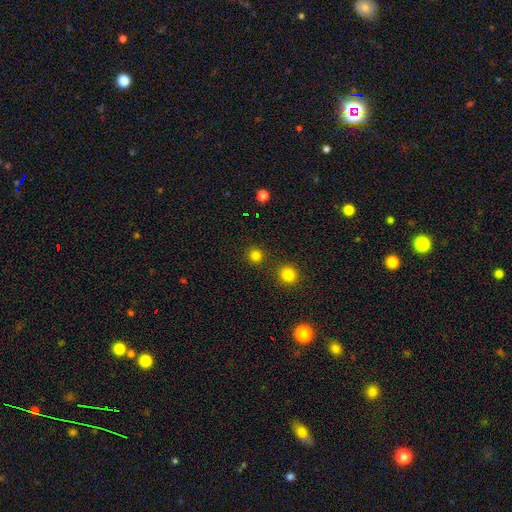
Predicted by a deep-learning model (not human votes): smooth-or-featured: smooth: 80% | star or artifact: 16% | featured or disk: 3%
  how-rounded: round: 93% | in between: 6% | cigar-shaped: 1%
  merging: none: 86% | merger: 6% | minor disturbance: 6% | major disturbance: 2%